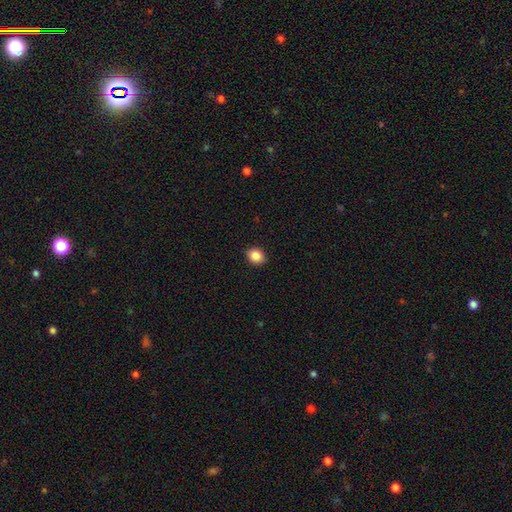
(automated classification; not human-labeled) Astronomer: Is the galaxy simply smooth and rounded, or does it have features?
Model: smooth — 87%.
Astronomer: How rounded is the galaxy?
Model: round — 50% (runner-up: in between, 49%).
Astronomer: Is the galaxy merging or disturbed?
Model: none — 90%.